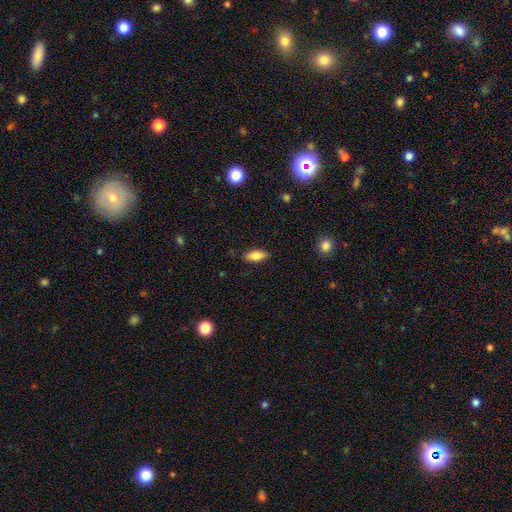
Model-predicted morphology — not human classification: Overall: smooth (81%). How rounded: in between (83%). Merging: none (85%).